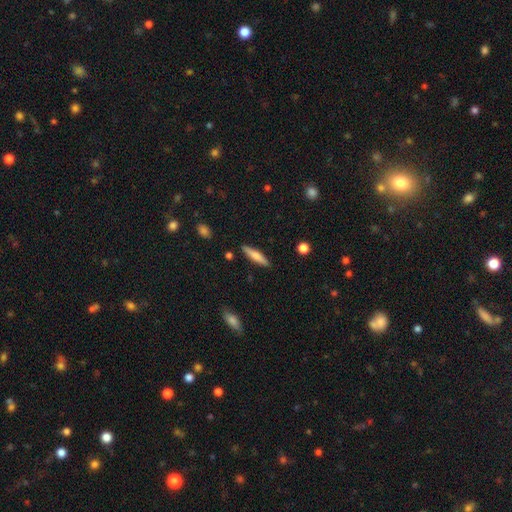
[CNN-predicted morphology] Smooth or featured? Predicted: smooth (p=0.66). How rounded? Predicted: cigar-shaped (p=0.80). Merging? Predicted: none (p=0.88).